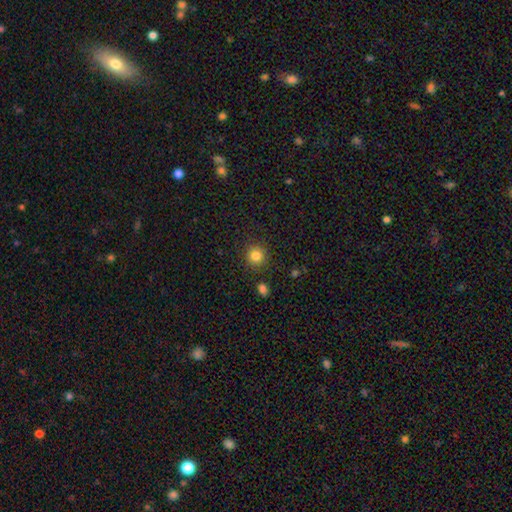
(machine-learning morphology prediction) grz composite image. It shows a smooth galaxy with no disk features (83%) that is round (93%). Merging: none (88%).